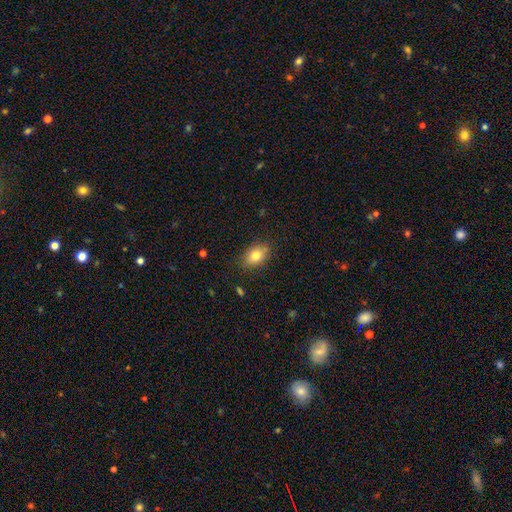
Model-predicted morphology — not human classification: A smooth galaxy with no disk features (78%) that is in between round and cigar-shaped (75%). Merging: none (82%).